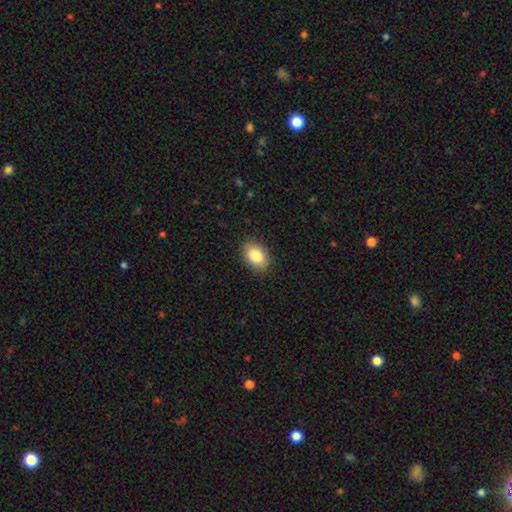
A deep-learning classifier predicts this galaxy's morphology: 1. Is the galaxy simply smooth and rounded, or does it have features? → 86% smooth, 8% star or artifact, 6% featured or disk.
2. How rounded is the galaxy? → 85% in between, 14% round, 1% cigar-shaped.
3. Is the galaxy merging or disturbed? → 87% none, 10% minor disturbance, 2% major disturbance, 1% merger.